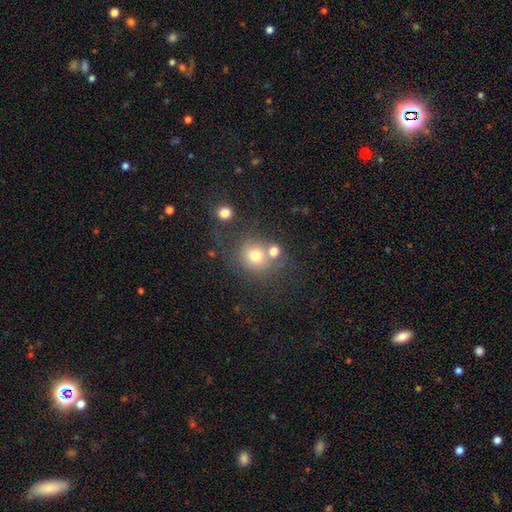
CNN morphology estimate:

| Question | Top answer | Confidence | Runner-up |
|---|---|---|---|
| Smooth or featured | smooth | 72% | star or artifact (15%) |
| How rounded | round | 84% | in between (15%) |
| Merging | none | 55% | merger (28%) |